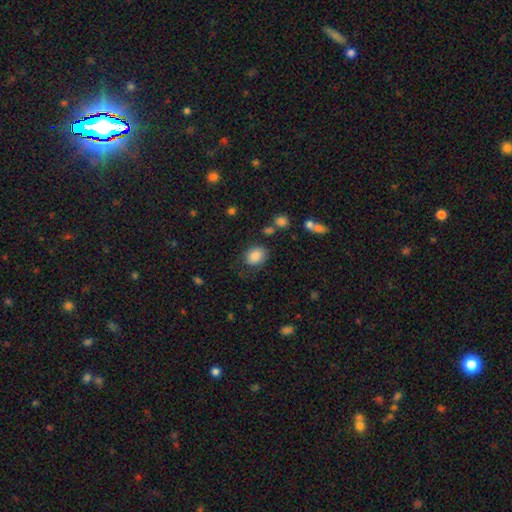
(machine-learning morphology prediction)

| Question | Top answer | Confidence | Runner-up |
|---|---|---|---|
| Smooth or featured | smooth | 86% | star or artifact (9%) |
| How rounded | in between | 58% | round (41%) |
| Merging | none | 74% | minor disturbance (17%) |